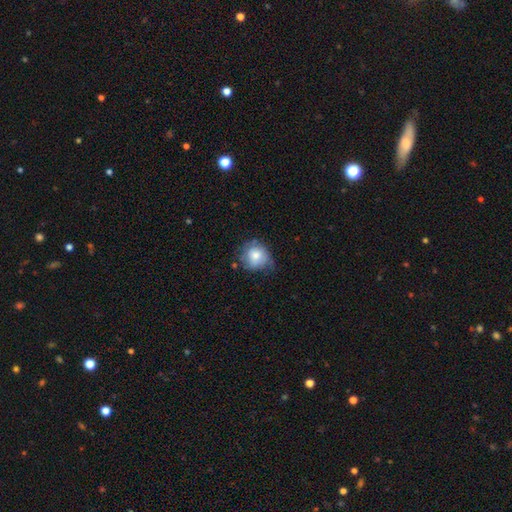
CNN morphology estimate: Smooth or featured? smooth (72%)
How rounded? round (82%)
Merging? none (53%)